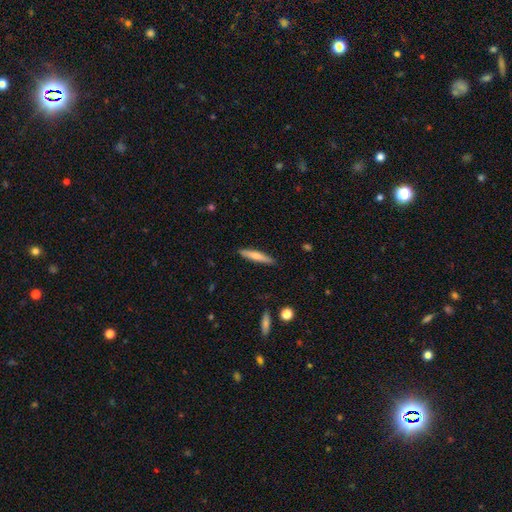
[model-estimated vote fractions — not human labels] Smooth or featured? smooth (57%)
How rounded? cigar-shaped (91%)
Merging? none (89%)